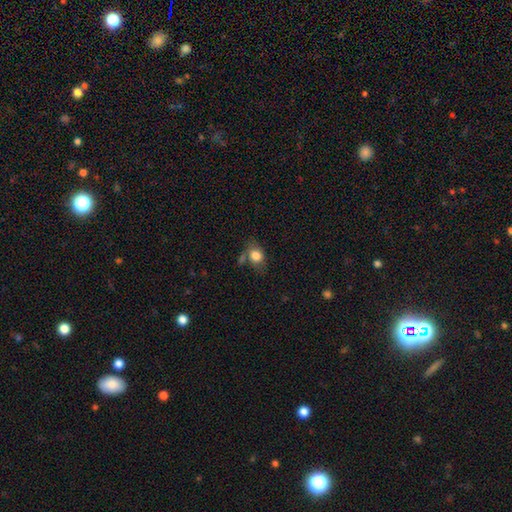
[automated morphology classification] Smooth or featured: smooth — 81% (featured or disk — 10%)
How rounded: in between — 62% (round — 37%)
Merging: none — 57% (minor disturbance — 22%)